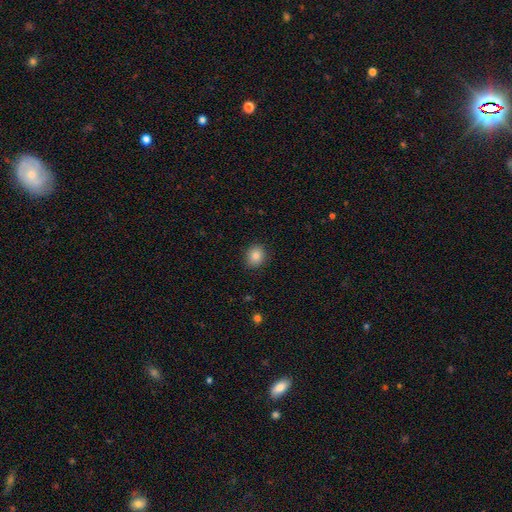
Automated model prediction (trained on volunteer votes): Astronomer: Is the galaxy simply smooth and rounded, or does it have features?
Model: smooth — 85%.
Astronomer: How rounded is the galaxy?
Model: round — 70%.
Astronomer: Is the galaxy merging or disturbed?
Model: none — 88%.